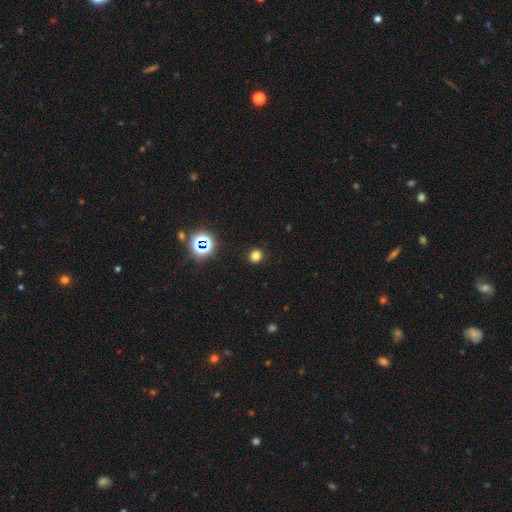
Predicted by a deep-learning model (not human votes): Morphology: type=smooth (75%); roundness=round (79%); merging=none (90%).